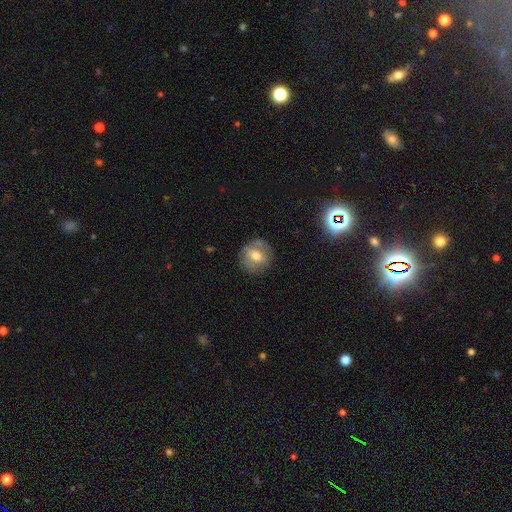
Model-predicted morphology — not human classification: Smooth or featured?
  - smooth: 55% *
  - featured or disk: 36%
  - star or artifact: 9%
How rounded?
  - round: 85% *
  - in between: 14%
  - cigar-shaped: 1%
Merging?
  - none: 77% *
  - minor disturbance: 16%
  - major disturbance: 5%
  - merger: 2%